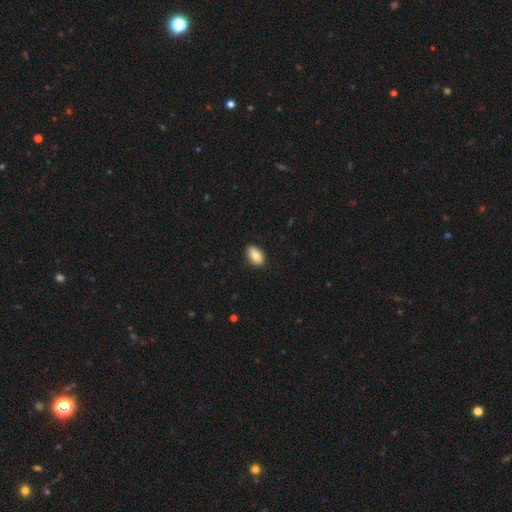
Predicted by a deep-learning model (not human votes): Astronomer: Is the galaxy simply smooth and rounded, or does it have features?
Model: smooth — 87%.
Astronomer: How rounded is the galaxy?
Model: in between — 92%.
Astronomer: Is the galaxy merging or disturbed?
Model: none — 87%.